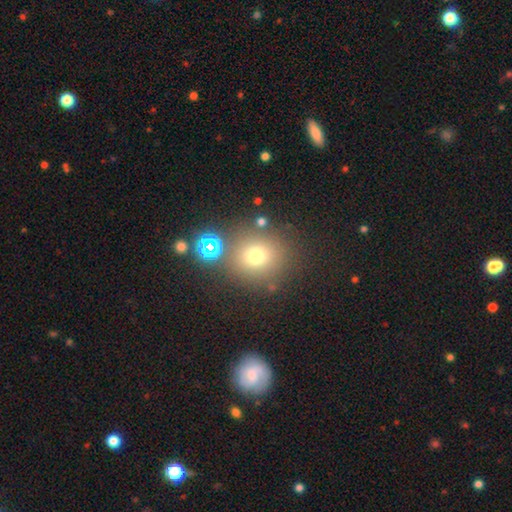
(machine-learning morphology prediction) This appears to be a smooth galaxy with no disk features (70%) that is round (88%). Merging: none (78%).